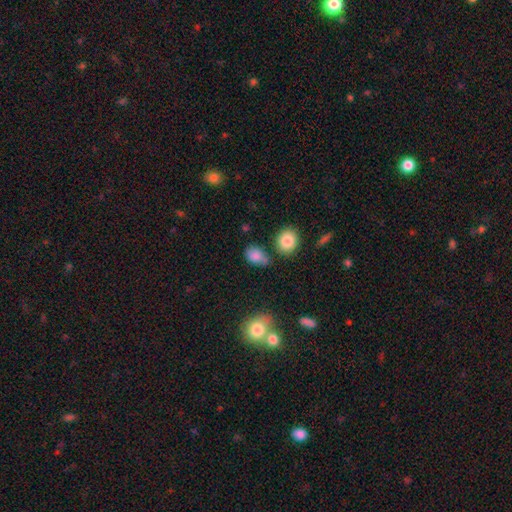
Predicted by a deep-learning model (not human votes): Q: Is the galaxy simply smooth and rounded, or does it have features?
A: smooth — 82%.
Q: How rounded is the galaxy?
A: in between — 74%.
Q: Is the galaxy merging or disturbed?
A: none — 52%.